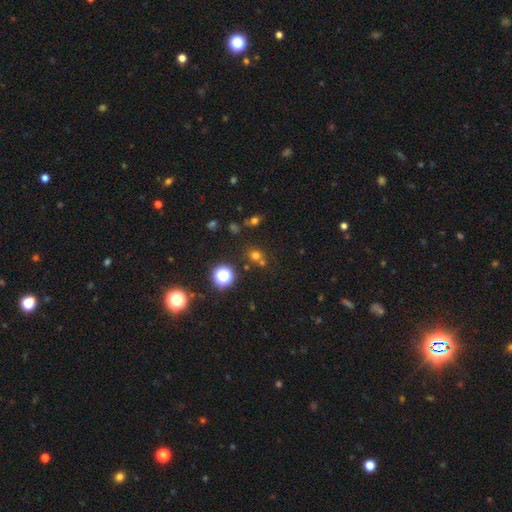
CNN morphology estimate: type=smooth (62%); roundness=round (77%); merging=none (65%).